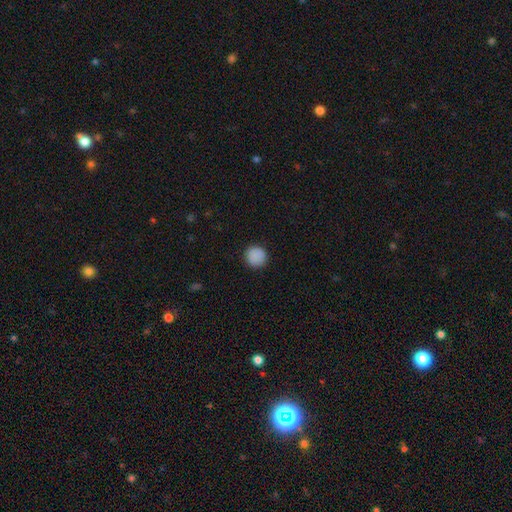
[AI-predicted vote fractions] Q: Smooth or featured?
A: smooth (88%); runner-up: star or artifact (9%)
Q: How rounded?
A: round (94%); runner-up: in between (5%)
Q: Merging?
A: none (91%); runner-up: minor disturbance (6%)